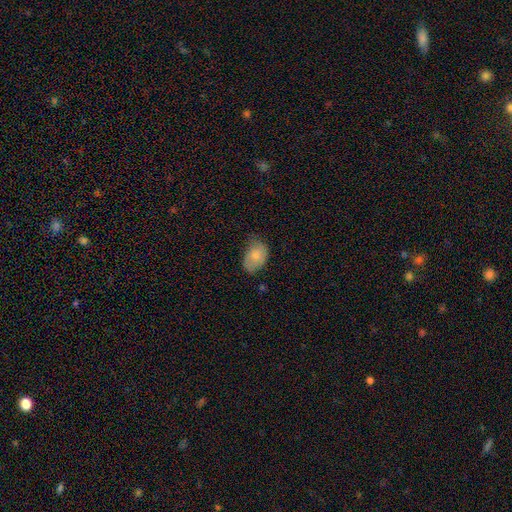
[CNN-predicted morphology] smooth_or_featured: smooth (p=0.76) [alt: featured or disk p=0.17]
how_rounded: in between (p=0.84) [alt: round p=0.14]
merging: none (p=0.51) [alt: minor disturbance p=0.37]